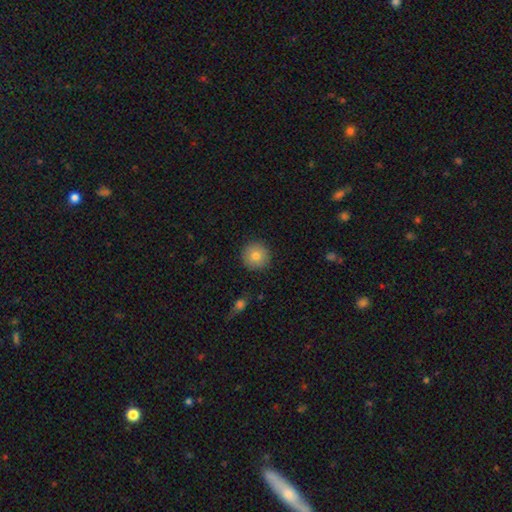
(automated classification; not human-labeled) smooth 82%, featured or disk 10%, star or artifact 9%. Down the decision tree: how rounded — round (95%); merging — none (91%).